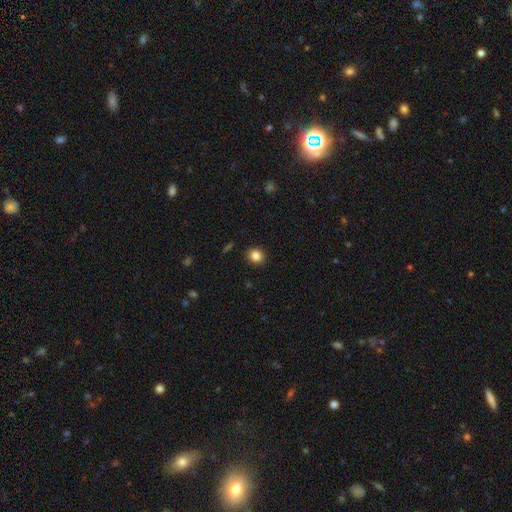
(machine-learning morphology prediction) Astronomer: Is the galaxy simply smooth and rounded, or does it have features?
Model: smooth — 84%.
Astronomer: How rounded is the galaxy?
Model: round — 80%.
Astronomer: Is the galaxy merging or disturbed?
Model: none — 91%.